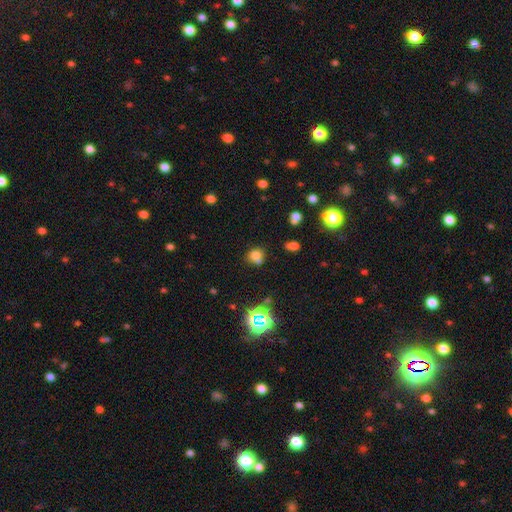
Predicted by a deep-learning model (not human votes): This appears to be a smooth galaxy with no disk features (69%) that is round (75%). Merging: none (55%).